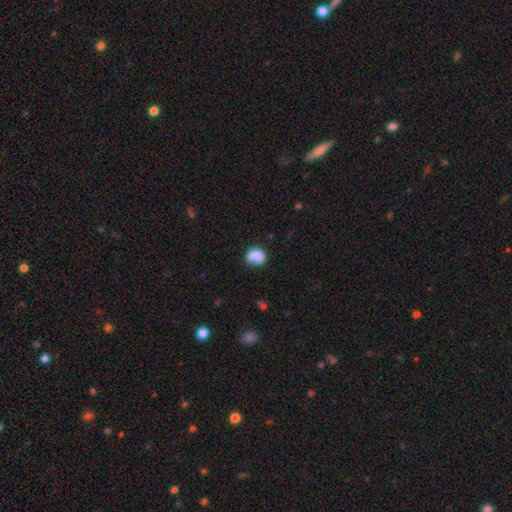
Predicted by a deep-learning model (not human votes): Morphology: type=smooth (75%); roundness=round (55%); merging=none (45%).